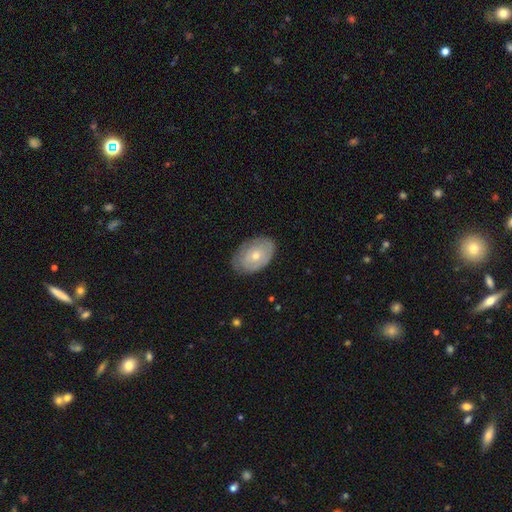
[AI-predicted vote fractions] Morphology: type=featured or disk (48%); merging=none (78%).